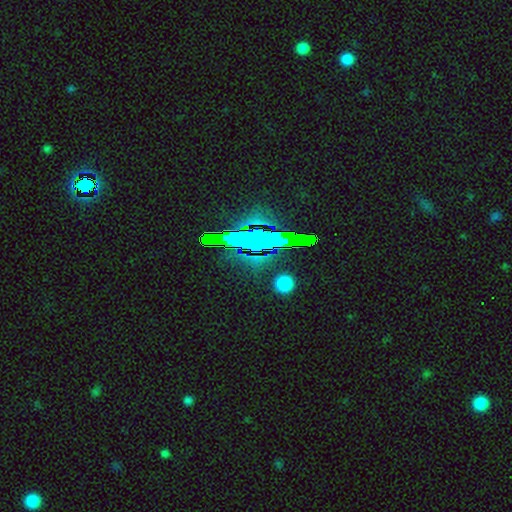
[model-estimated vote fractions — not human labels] Q: Smooth or featured?
A: star or artifact (75%); runner-up: featured or disk (14%)